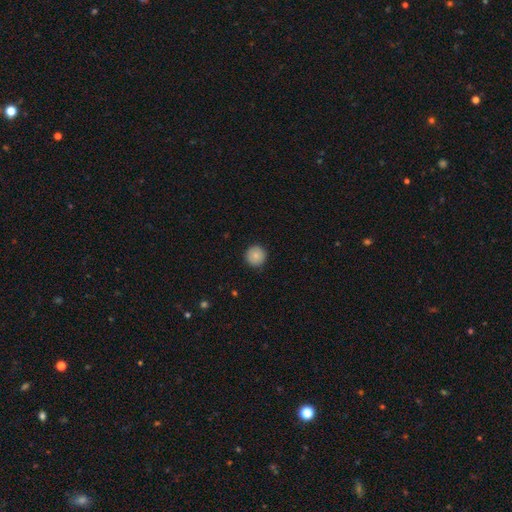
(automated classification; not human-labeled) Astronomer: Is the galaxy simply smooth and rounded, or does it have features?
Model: smooth — 86%.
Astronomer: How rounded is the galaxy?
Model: round — 95%.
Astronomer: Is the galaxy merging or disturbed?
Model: none — 90%.